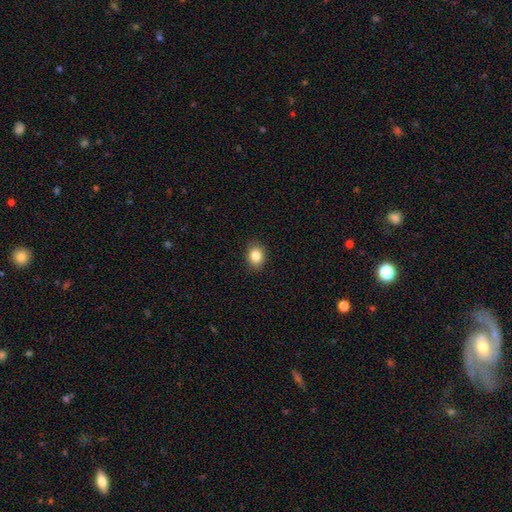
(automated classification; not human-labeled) Smooth or featured: smooth — 84% (star or artifact — 9%)
How rounded: in between — 57% (round — 42%)
Merging: none — 88% (minor disturbance — 9%)